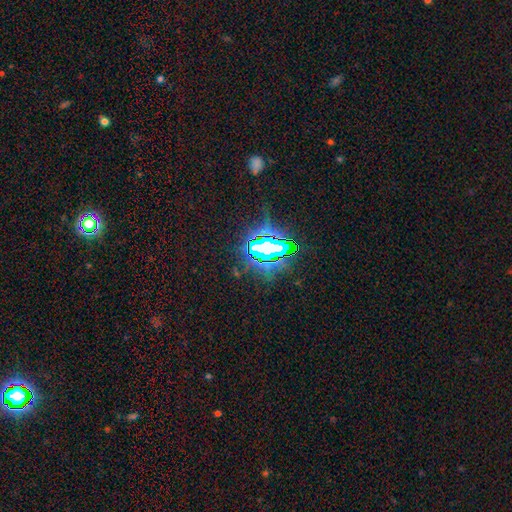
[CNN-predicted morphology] smooth_or_featured: star or artifact (p=0.78) [alt: smooth p=0.11]